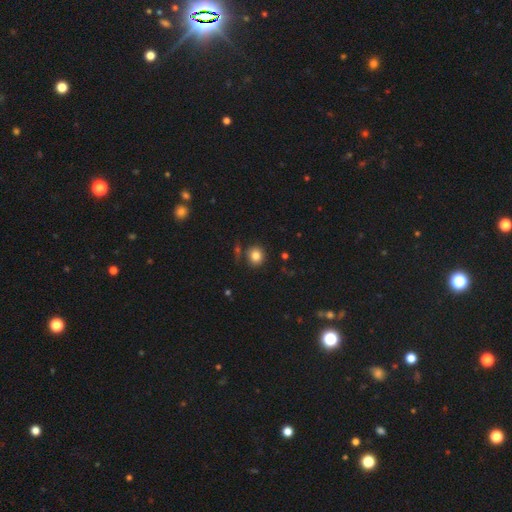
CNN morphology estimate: Smooth or featured? Predicted: smooth (p=0.82). How rounded? Predicted: round (p=0.86). Merging? Predicted: none (p=0.81).